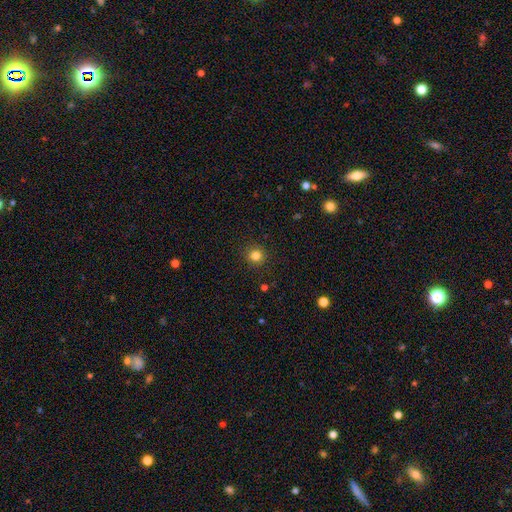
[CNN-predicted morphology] smooth_or_featured: smooth (p=0.83) [alt: star or artifact p=0.12]
how_rounded: round (p=0.91) [alt: in between p=0.08]
merging: none (p=0.91) [alt: minor disturbance p=0.06]